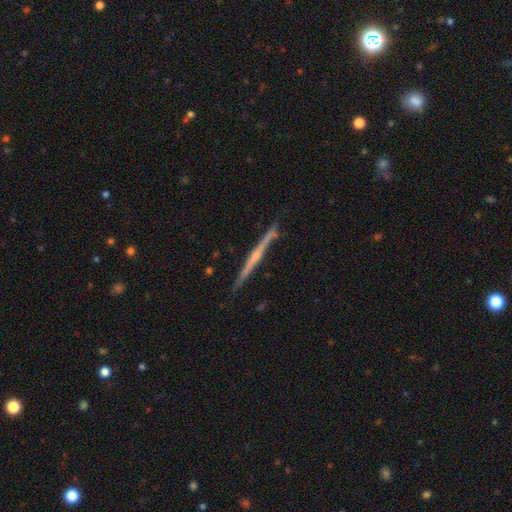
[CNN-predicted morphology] Smooth or featured: featured or disk — 78% (smooth — 16%)
Edge-on disk: yes — 98% (no — 2%)
Edge-on bulge: rounded — 62% (none — 30%)
Merging: none — 88% (minor disturbance — 9%)